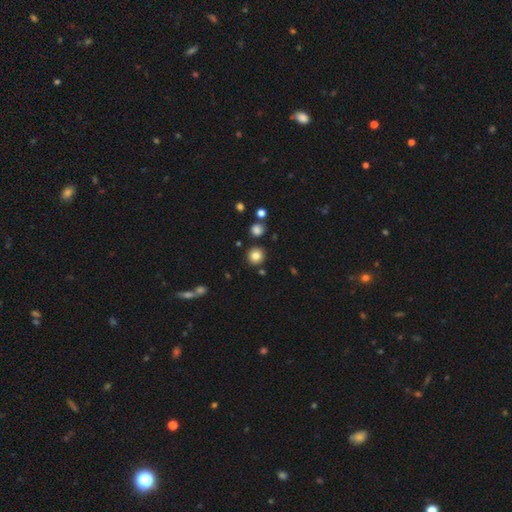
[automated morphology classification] type=smooth (83%); roundness=round (92%); merging=none (88%).